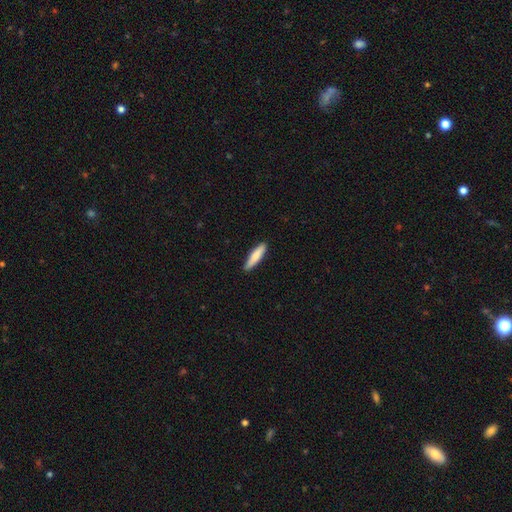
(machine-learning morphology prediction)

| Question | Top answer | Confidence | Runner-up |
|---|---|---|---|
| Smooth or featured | smooth | 79% | featured or disk (16%) |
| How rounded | cigar-shaped | 81% | in between (18%) |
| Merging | none | 89% | minor disturbance (9%) |